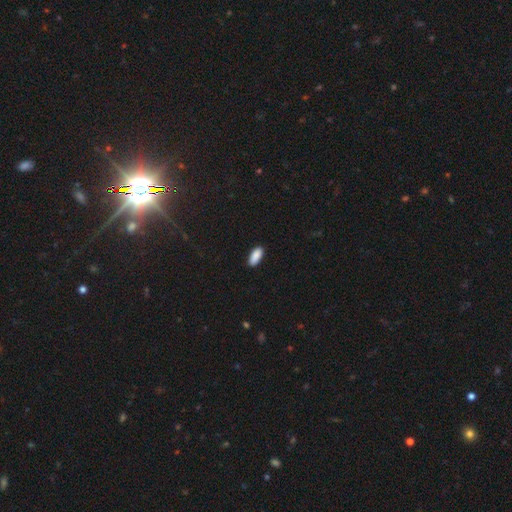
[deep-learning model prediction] Smooth or featured?
  - smooth: 90% *
  - star or artifact: 7%
  - featured or disk: 4%
How rounded?
  - in between: 87% *
  - cigar-shaped: 11%
  - round: 2%
Merging?
  - none: 88% *
  - minor disturbance: 9%
  - major disturbance: 2%
  - merger: 1%